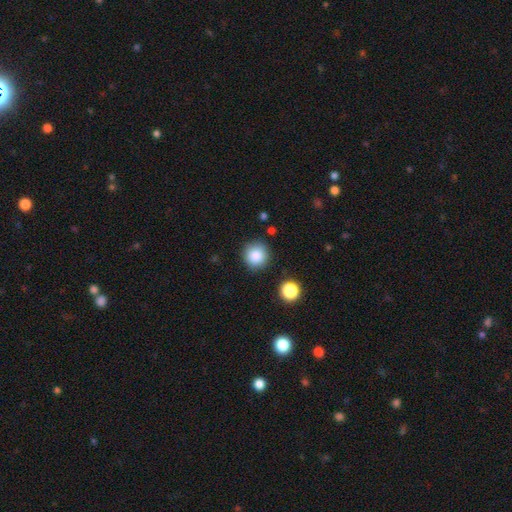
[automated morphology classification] type=smooth (85%); roundness=round (93%); merging=none (87%).